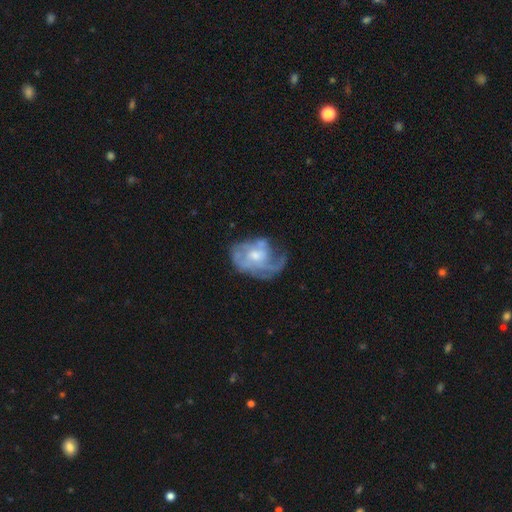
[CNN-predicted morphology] This is likely a featured or disk galaxy (76%). It is clearly not viewed edge-on (97%). Bar: likely no (69%). Spiral arm pattern: likely yes (78%). Spiral arm count: marginally can't tell (36%). Spiral winding: marginally medium (38%). Central bulge: possibly moderate (50%). Merging: marginally none (40%).